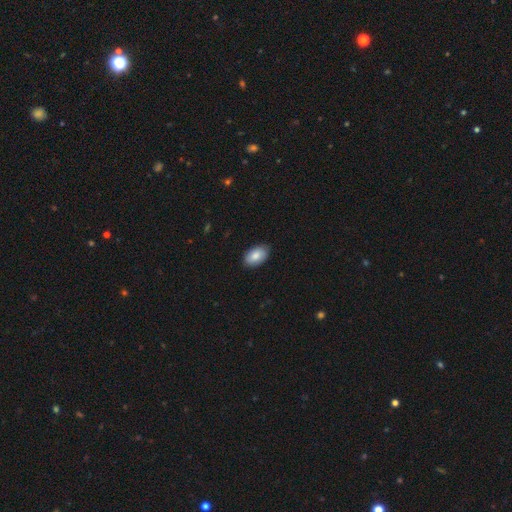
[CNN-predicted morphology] Q: Smooth or featured?
A: smooth (85%); runner-up: featured or disk (9%)
Q: How rounded?
A: in between (93%); runner-up: round (5%)
Q: Merging?
A: none (87%); runner-up: minor disturbance (10%)